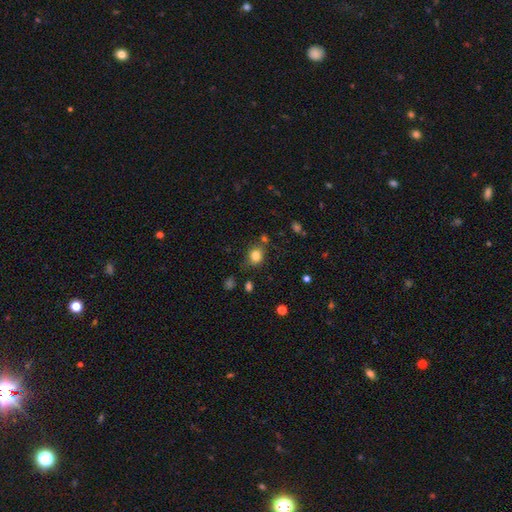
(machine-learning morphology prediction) A smooth galaxy with no disk features (81%) that is round (70%).

Vote fractions:
- Smooth or featured? smooth: 81% / star or artifact: 12% / featured or disk: 7%
- How rounded? round: 70% / in between: 29% / cigar-shaped: 1%
- Merging? none: 73% / minor disturbance: 16% / merger: 6% / major disturbance: 5%